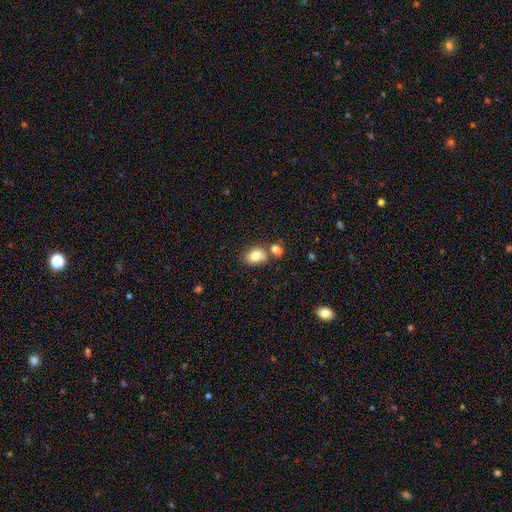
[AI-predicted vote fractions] This appears to be a smooth galaxy with no disk features (81%) that is in between round and cigar-shaped (72%). Merging: none (53%).